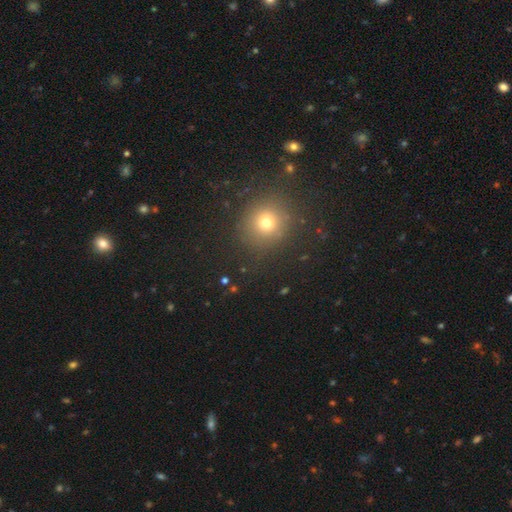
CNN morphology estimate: Smooth or featured? Predicted: smooth (p=0.58). How rounded? Predicted: round (p=0.91). Merging? Predicted: none (p=0.89).